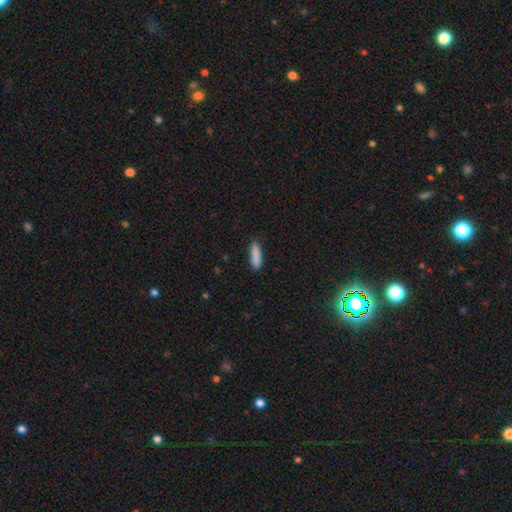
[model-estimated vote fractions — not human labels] Smooth or featured? smooth (88%)
How rounded? cigar-shaped (65%)
Merging? none (85%)